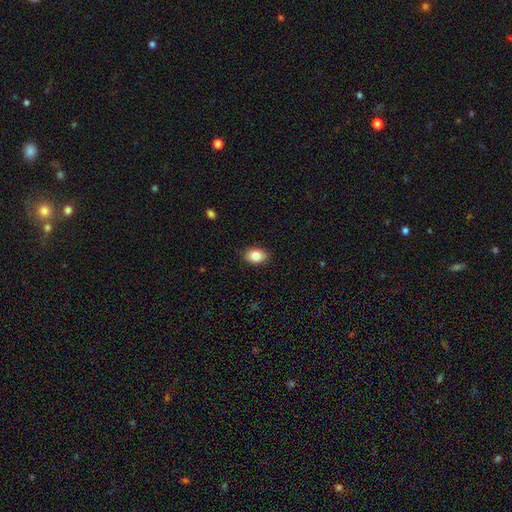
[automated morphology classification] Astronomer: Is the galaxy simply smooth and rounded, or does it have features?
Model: smooth — 86%.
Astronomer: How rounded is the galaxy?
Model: in between — 78%.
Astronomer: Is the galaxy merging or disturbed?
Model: none — 88%.